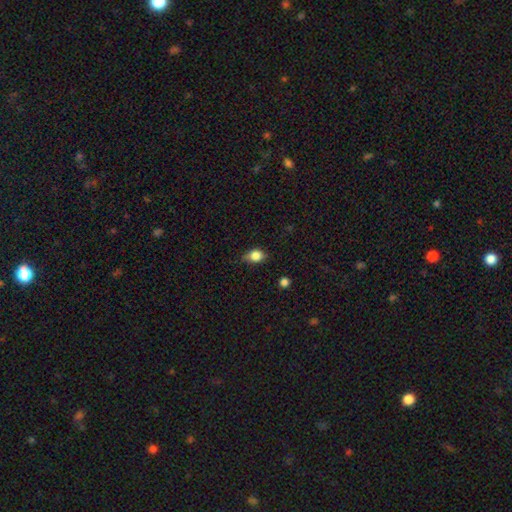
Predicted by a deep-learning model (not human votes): smooth 82%, star or artifact 9%, featured or disk 9%. Down the decision tree: how rounded — in between (55%); merging — none (59%).